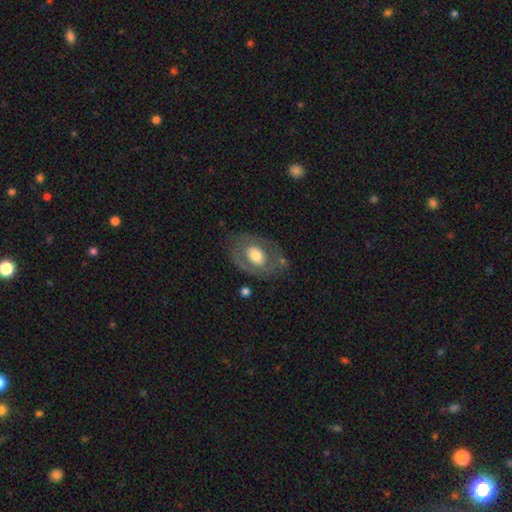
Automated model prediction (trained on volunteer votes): A featured or disk galaxy (53%).

Vote fractions:
- Smooth or featured? featured or disk: 53% / smooth: 41% / star or artifact: 6%
- Edge-on disk? no: 93% / yes: 7%
- Merging? none: 67% / minor disturbance: 19% / major disturbance: 11% / merger: 3%